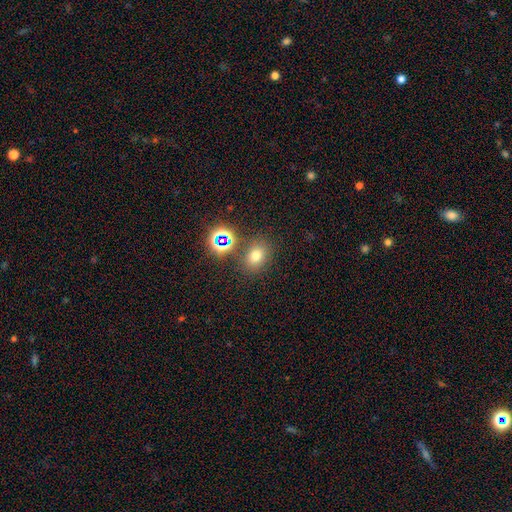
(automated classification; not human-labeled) smooth_or_featured: smooth (p=0.69) [alt: star or artifact p=0.21]
how_rounded: in between (p=0.51) [alt: round p=0.48]
merging: none (p=0.78) [alt: minor disturbance p=0.10]